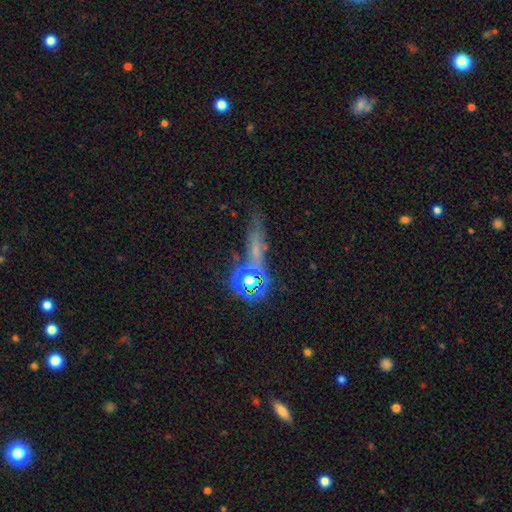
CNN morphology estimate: Smooth or featured?
  - smooth: 43% *
  - star or artifact: 38%
  - featured or disk: 19%
Merging?
  - none: 59% *
  - minor disturbance: 18%
  - major disturbance: 13%
  - merger: 10%